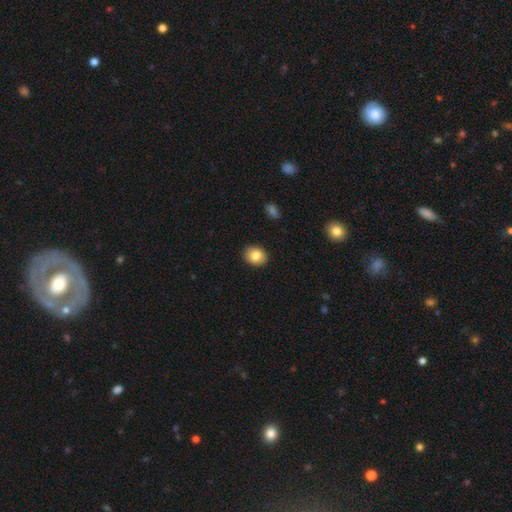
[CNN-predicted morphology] smooth_or_featured: smooth (p=0.83) [alt: featured or disk p=0.09]
how_rounded: in between (p=0.53) [alt: round p=0.46]
merging: none (p=0.89) [alt: minor disturbance p=0.08]